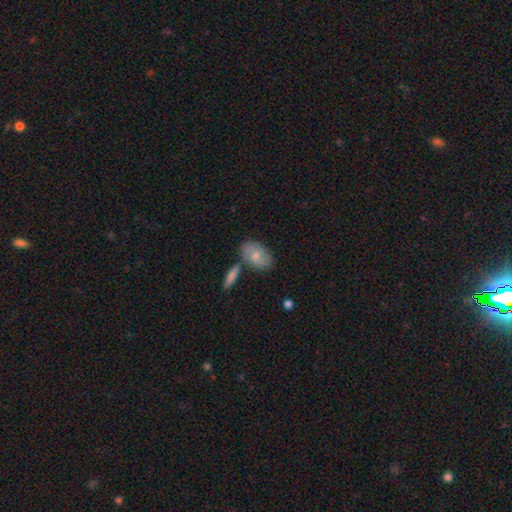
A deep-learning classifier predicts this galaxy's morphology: type=smooth (67%); roundness=in between (88%); merging=none (63%).